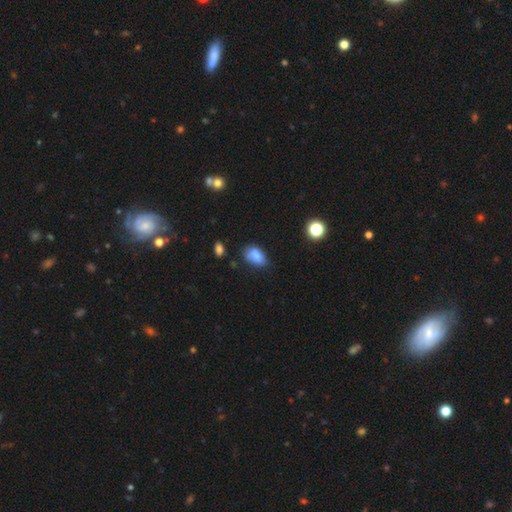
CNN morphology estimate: This appears to be a smooth galaxy with no disk features (83%) that is in between round and cigar-shaped (88%). Merging: none (63%).